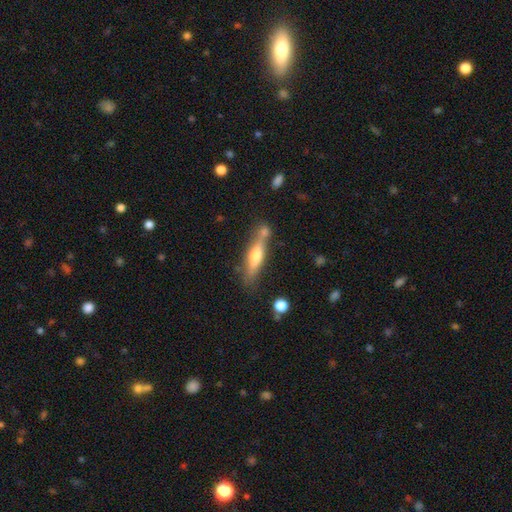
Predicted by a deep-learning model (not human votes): The model was most divided on "smooth or featured": smooth: 49%, featured or disk: 45%, star or artifact: 7%. More confident: merging — none (61%).